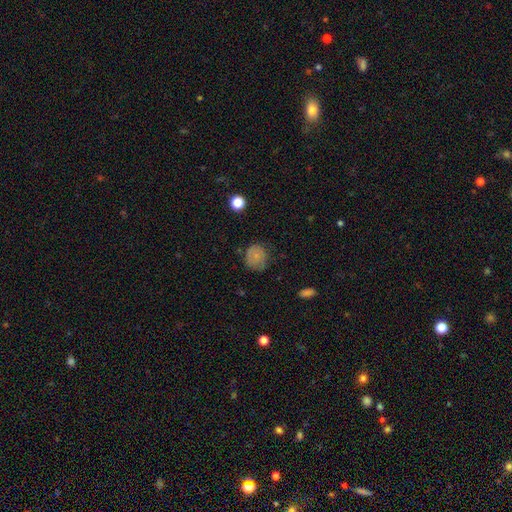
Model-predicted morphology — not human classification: Smooth or featured? smooth (73%)
How rounded? round (78%)
Merging? none (68%)